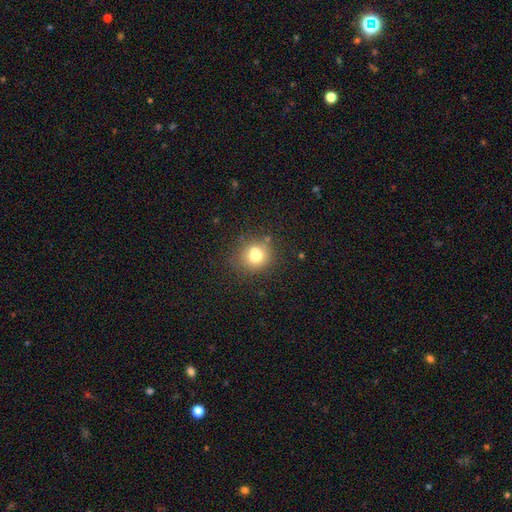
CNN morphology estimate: Smooth or featured? smooth (74%)
How rounded? round (85%)
Merging? none (72%)